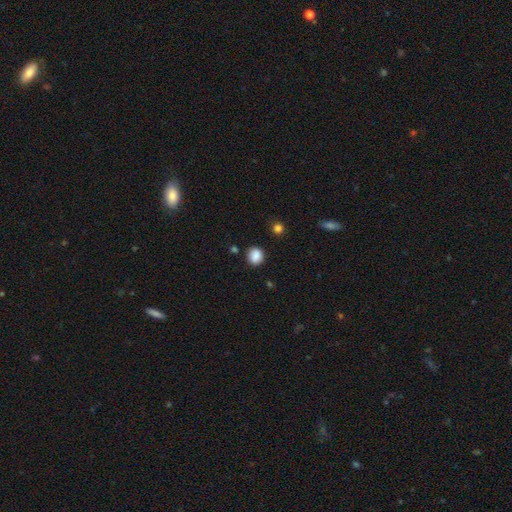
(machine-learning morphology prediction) The model was most divided on "how rounded": round: 80%, in between: 19%, cigar-shaped: 1%. More confident: smooth or featured — smooth (87%); merging — none (85%).